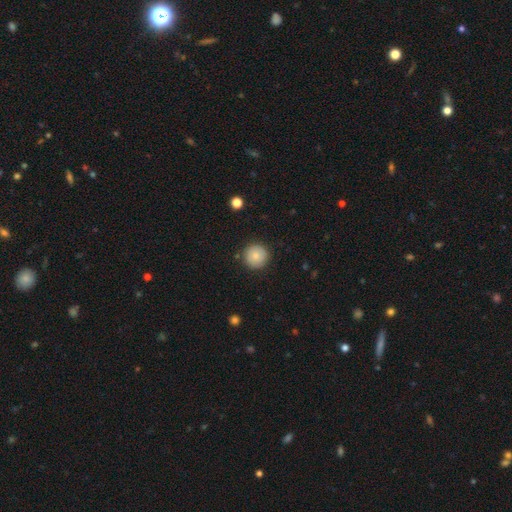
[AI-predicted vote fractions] Smooth or featured? Predicted: smooth (p=0.84). How rounded? Predicted: round (p=0.95). Merging? Predicted: none (p=0.90).